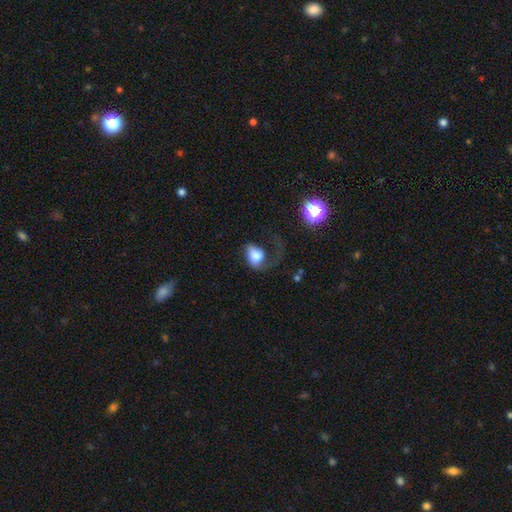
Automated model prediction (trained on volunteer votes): A smooth galaxy with no disk features (58%) that is in between round and cigar-shaped (63%). Merging: major disturbance (53%).